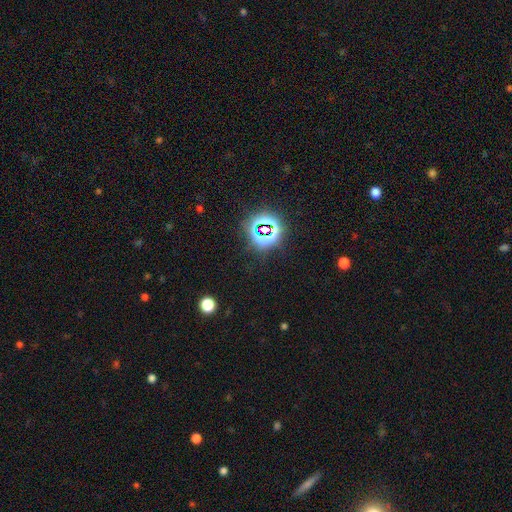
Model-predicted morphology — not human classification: smooth-or-featured: star or artifact: 80% | smooth: 12% | featured or disk: 7%